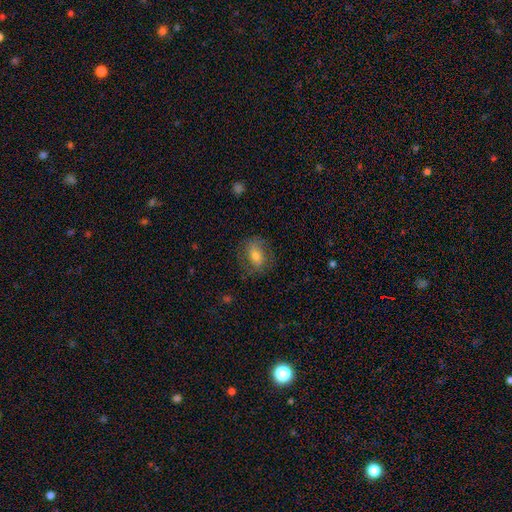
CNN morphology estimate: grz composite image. It shows a smooth galaxy with no disk features (60%) that is in between round and cigar-shaped (61%). Merging: none (75%).